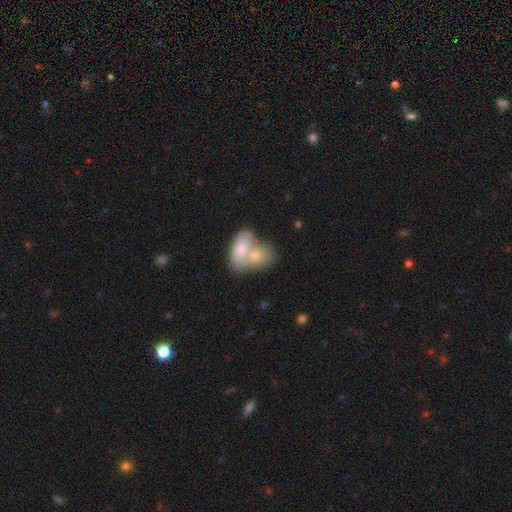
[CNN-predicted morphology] A smooth galaxy with no disk features (71%) that is in between round and cigar-shaped (74%). Merging: merger (71%).